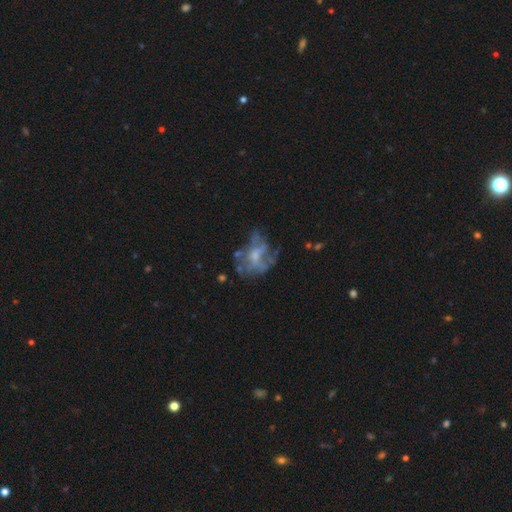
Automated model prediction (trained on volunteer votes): smooth-or-featured: featured or disk: 63% | smooth: 24% | star or artifact: 13%
  disk-edge-on: no: 97% | yes: 3%
    bar: no: 68% | weak: 26% | strong: 5%
    has-spiral-arms: no: 66% | yes: 34%
    bulge-size: small: 37% | moderate: 32% | none: 27% | large: 4% | dominant: 1%
  merging: none: 42% | major disturbance: 31% | minor disturbance: 20% | merger: 7%